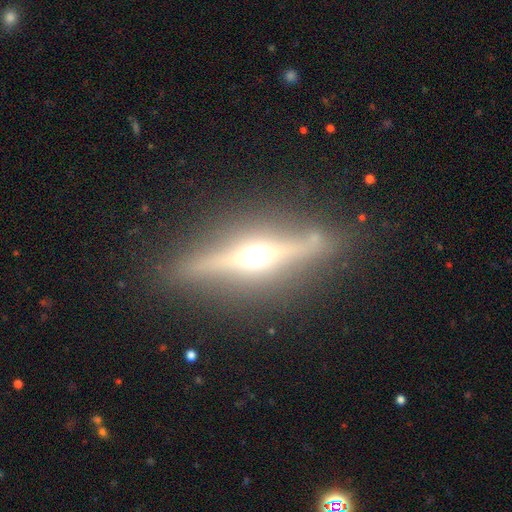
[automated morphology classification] A featured or disk galaxy (81%) viewed edge-on (96%) with a rounded central bulge (94%). Merging: none (86%).